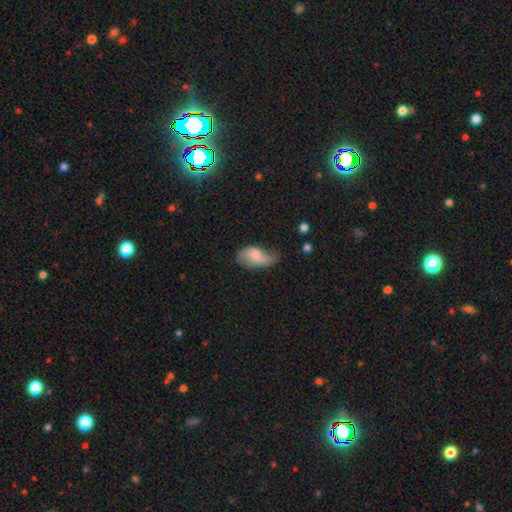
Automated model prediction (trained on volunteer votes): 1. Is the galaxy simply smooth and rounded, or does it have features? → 57% smooth, 36% featured or disk, 7% star or artifact.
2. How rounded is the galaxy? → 92% in between, 5% round, 2% cigar-shaped.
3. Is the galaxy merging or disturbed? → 41% minor disturbance, 35% none, 22% major disturbance, 3% merger.